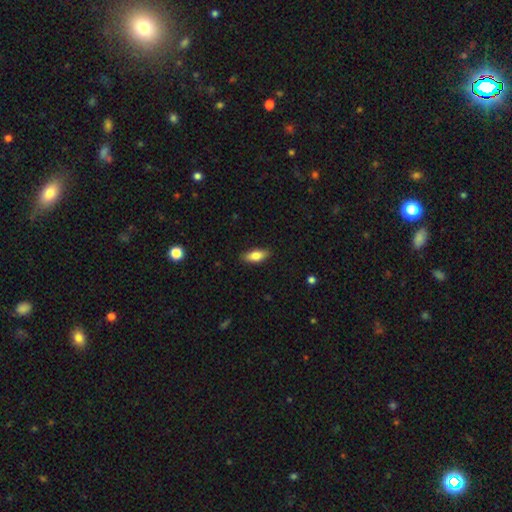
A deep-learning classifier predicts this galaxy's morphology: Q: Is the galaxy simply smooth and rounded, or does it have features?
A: smooth — 76%.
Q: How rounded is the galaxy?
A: in between — 78%.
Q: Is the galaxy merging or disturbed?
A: none — 85%.